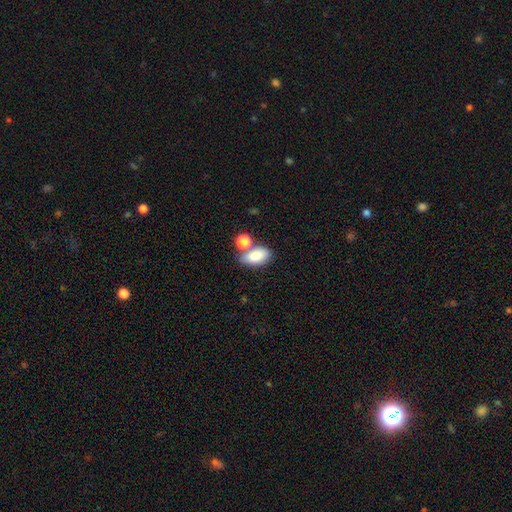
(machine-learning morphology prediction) The model was most divided on "merging": none: 51%, merger: 31%, minor disturbance: 13%, major disturbance: 5%. More confident: how rounded — in between (89%); smooth or featured — smooth (83%).